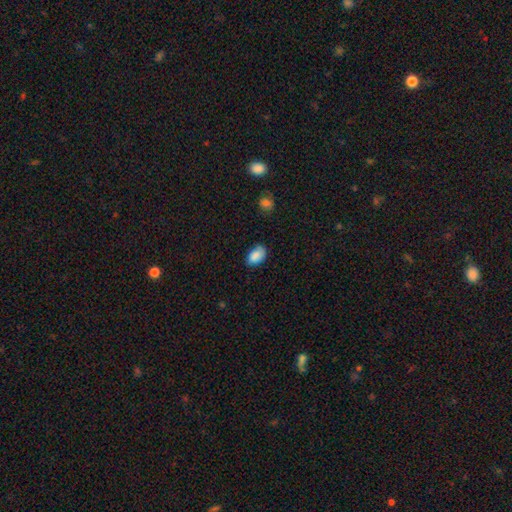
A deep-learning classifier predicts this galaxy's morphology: A smooth galaxy with no disk features (87%) that is in between round and cigar-shaped (90%).

Vote fractions:
- Smooth or featured? smooth: 87% / star or artifact: 8% / featured or disk: 6%
- How rounded? in between: 90% / round: 9% / cigar-shaped: 1%
- Merging? none: 70% / minor disturbance: 24% / major disturbance: 4% / merger: 2%